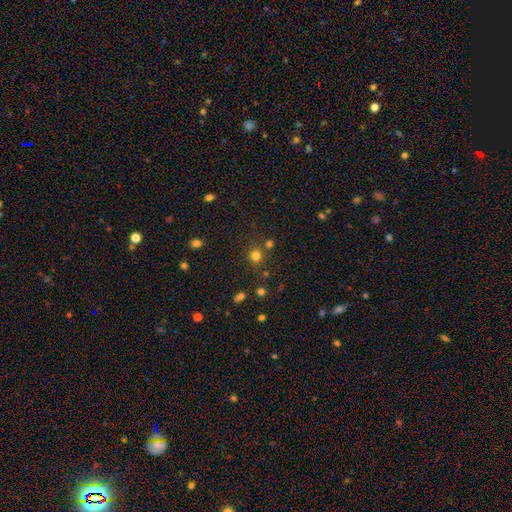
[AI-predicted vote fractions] smooth-or-featured: smooth: 75% | star or artifact: 19% | featured or disk: 6%
  how-rounded: round: 90% | in between: 9% | cigar-shaped: 1%
  merging: none: 77% | merger: 11% | minor disturbance: 8% | major disturbance: 3%